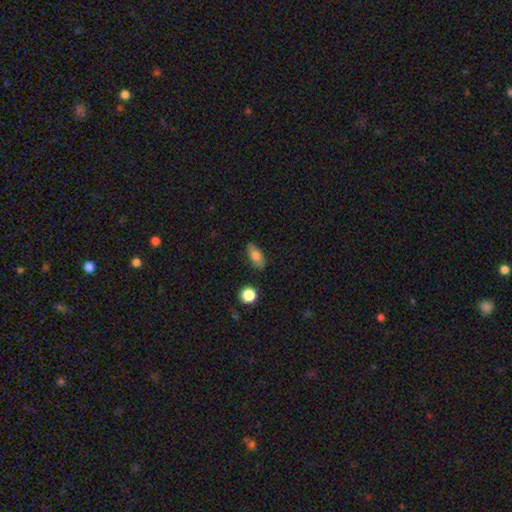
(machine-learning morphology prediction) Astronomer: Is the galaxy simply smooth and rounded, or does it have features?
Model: smooth — 77%.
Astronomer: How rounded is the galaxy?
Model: in between — 84%.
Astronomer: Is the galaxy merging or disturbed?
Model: none — 80%.